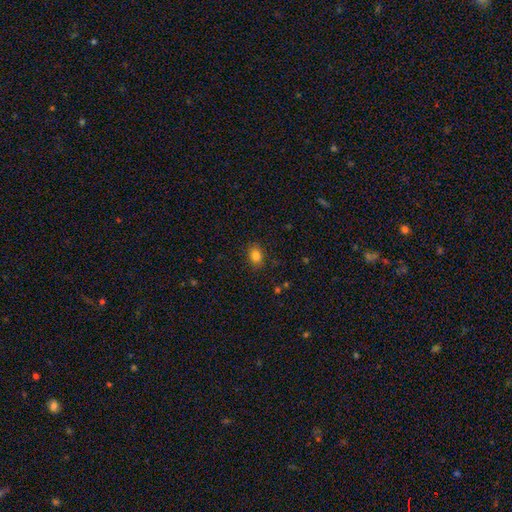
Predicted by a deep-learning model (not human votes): smooth-or-featured: smooth: 83% | star or artifact: 11% | featured or disk: 6%
  how-rounded: in between: 66% | round: 33% | cigar-shaped: 1%
  merging: none: 83% | minor disturbance: 13% | major disturbance: 3% | merger: 1%